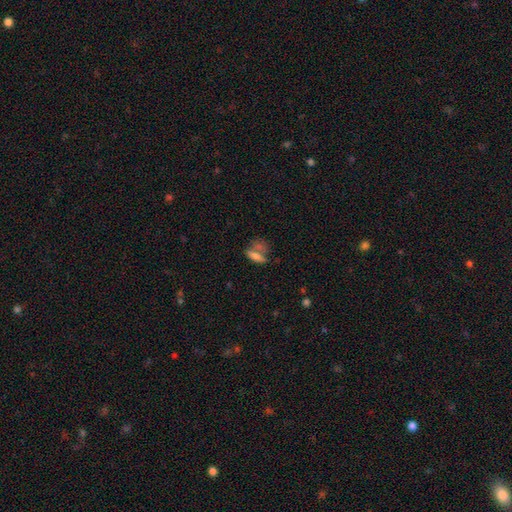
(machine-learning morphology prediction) Smooth or featured: smooth — 65% (featured or disk — 21%)
How rounded: in between — 52% (cigar-shaped — 39%)
Merging: none — 44% (merger — 27%)